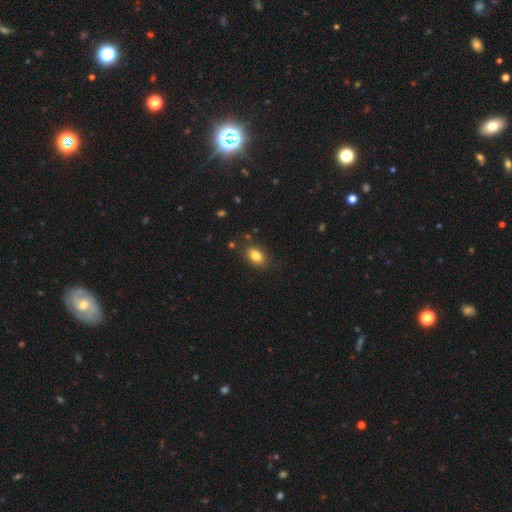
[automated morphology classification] Overall: smooth (83%). How rounded: in between (83%). Merging: none (83%).